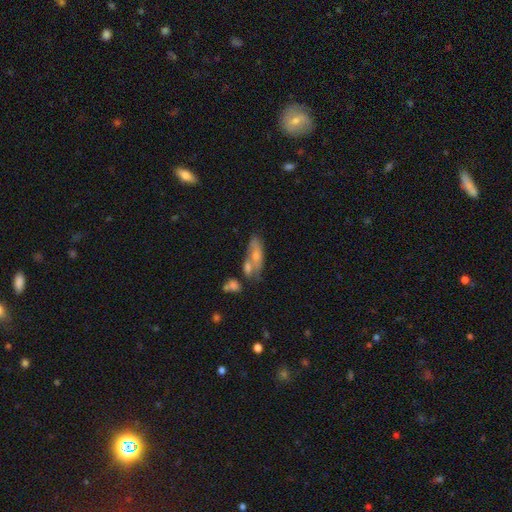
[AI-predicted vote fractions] A smooth galaxy with no disk features (47%).

Vote fractions:
- Smooth or featured? smooth: 47% / featured or disk: 42% / star or artifact: 11%
- Merging? none: 39% / merger: 37% / minor disturbance: 16% / major disturbance: 8%